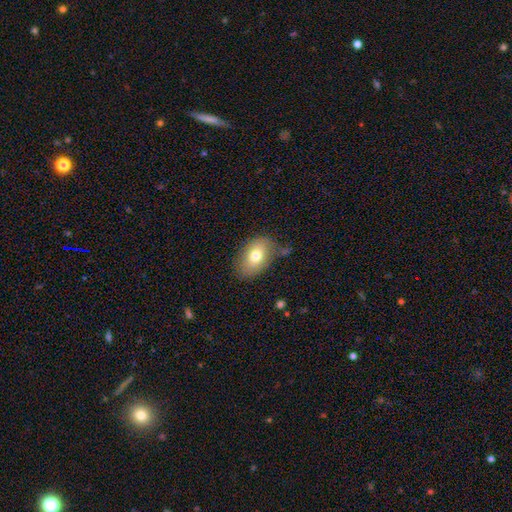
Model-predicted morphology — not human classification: type=smooth (74%); roundness=in between (87%); merging=none (73%).